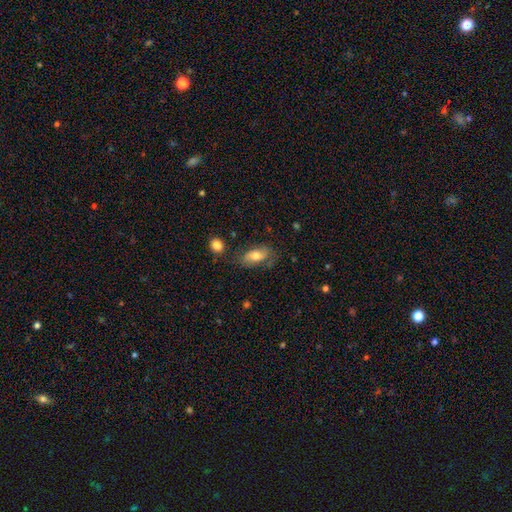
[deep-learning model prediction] smooth_or_featured: smooth (p=0.66) [alt: featured or disk p=0.27]
how_rounded: in between (p=0.88) [alt: cigar-shaped p=0.06]
merging: none (p=0.63) [alt: minor disturbance p=0.24]